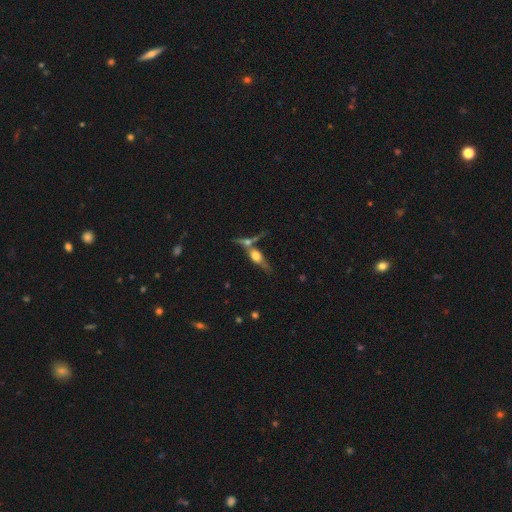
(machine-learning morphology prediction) Smooth or featured? Predicted: featured or disk (p=0.60). Edge-on disk? Predicted: yes (p=0.87). Edge-on bulge? Predicted: rounded (p=0.92). Merging? Predicted: none (p=0.43).